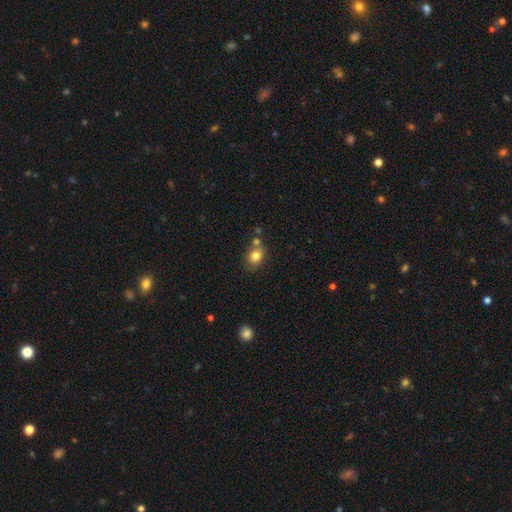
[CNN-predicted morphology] Smooth or featured? smooth (80%)
How rounded? in between (51%)
Merging? none (59%)